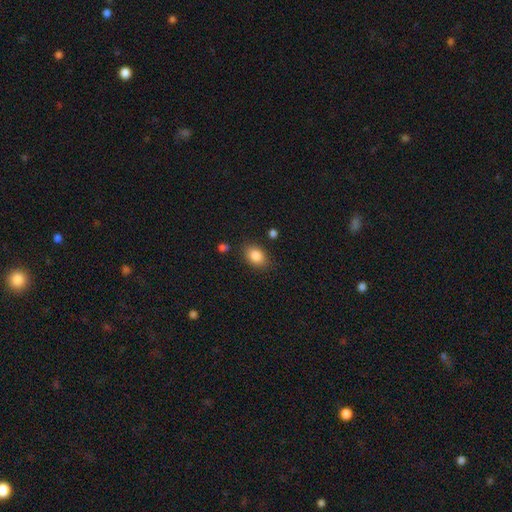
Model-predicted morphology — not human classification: Smooth or featured? smooth (85%)
How rounded? in between (73%)
Merging? none (80%)